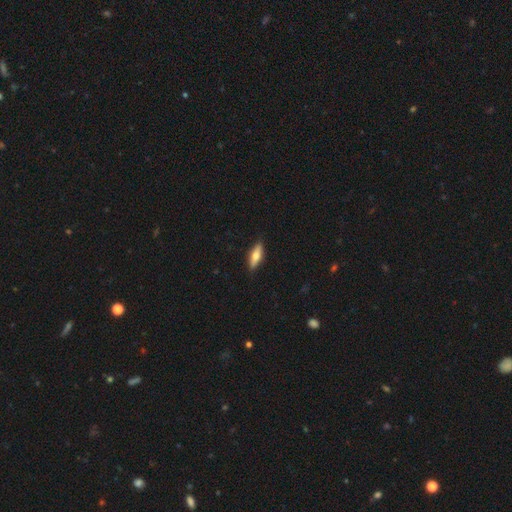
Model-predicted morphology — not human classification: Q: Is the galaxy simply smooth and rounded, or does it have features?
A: smooth — 65%.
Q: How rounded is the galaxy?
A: in between — 52%.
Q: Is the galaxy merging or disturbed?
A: none — 87%.